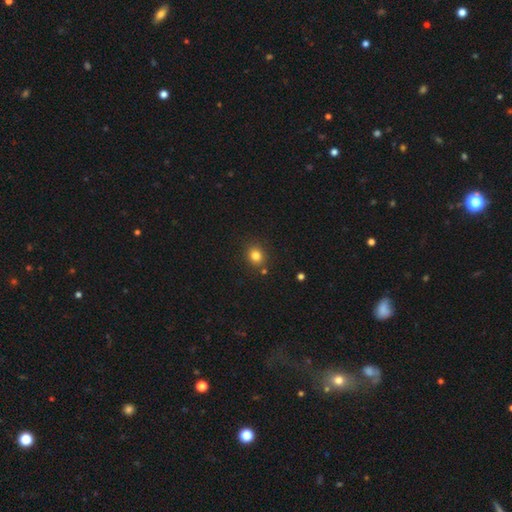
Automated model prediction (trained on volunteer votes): smooth 81%, star or artifact 13%, featured or disk 6%. Down the decision tree: how rounded — round (76%); merging — none (83%).